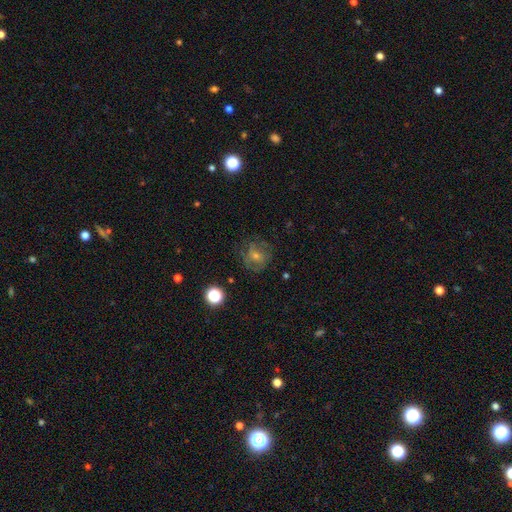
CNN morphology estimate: Smooth or featured?
  - featured or disk: 54% *
  - smooth: 26%
  - star or artifact: 20%
Edge-on disk?
  - no: 96% *
  - yes: 4%
Bar?
  - no: 55% *
  - weak: 36%
  - strong: 9%
Spiral arms?
  - yes: 79% *
  - no: 21%
Bulge size?
  - small: 45% * (tied)
  - moderate: 45% * (tied)
  - none: 5%
  - large: 4%
  - dominant: 1%
Merging?
  - none: 75% *
  - minor disturbance: 15%
  - major disturbance: 9%
  - merger: 1%